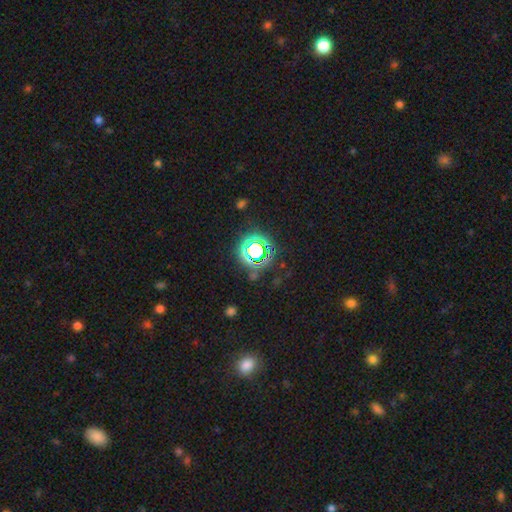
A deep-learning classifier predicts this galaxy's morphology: This is likely a star or artifact rather than a galaxy (74%).